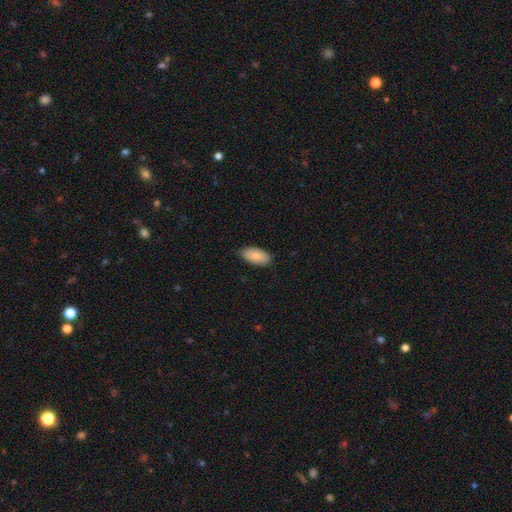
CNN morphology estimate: Smooth or featured? smooth (87%)
How rounded? in between (93%)
Merging? none (82%)